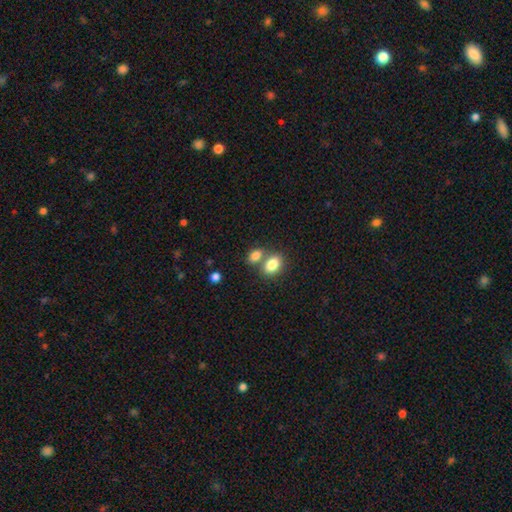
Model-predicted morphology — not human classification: Overall: smooth (83%). How rounded: in between (78%). Merging: merger (45%; none 42%).